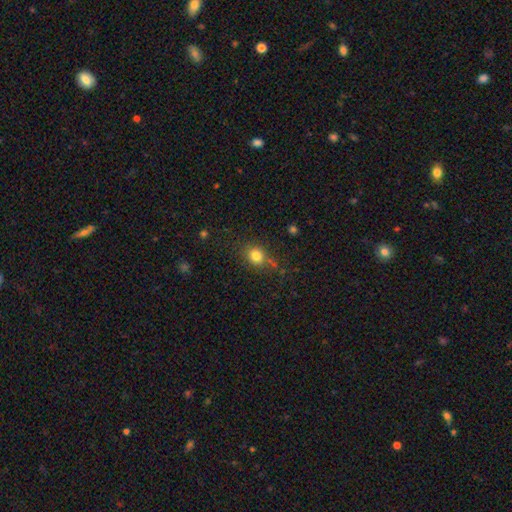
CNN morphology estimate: The model was most divided on "how rounded": round: 74%, in between: 25%, cigar-shaped: 1%. More confident: smooth or featured — smooth (79%); merging — none (72%).